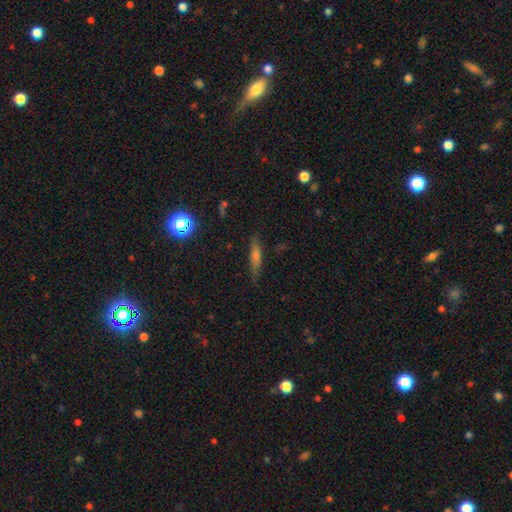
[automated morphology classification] This appears to be a featured or disk galaxy (45%). Merging: none (84%).